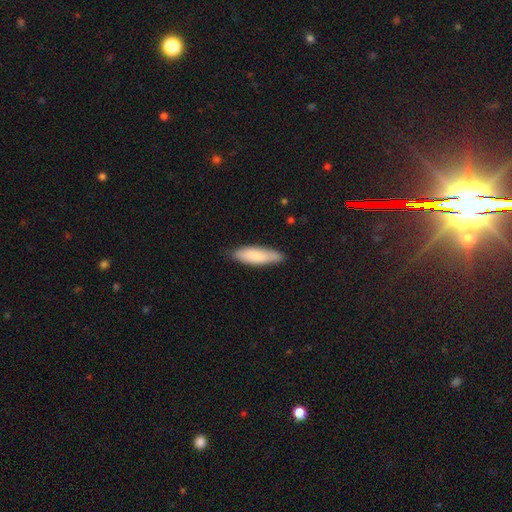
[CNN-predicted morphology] Overall: smooth (83%). How rounded: cigar-shaped (55%; in between 44%). Merging: none (80%).